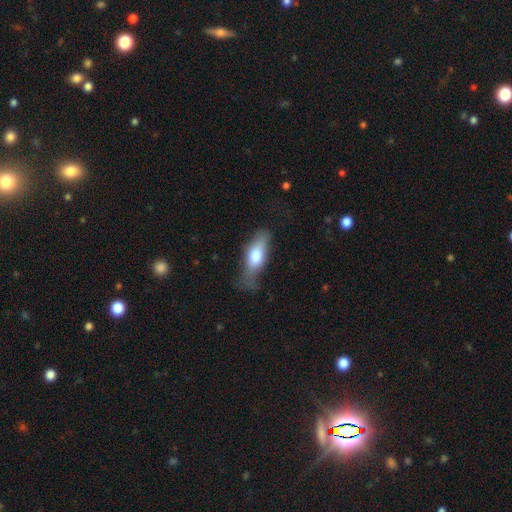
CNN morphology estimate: This is likely a smooth galaxy (69%). How rounded: likely in between (69%). Merging: possibly none (50%).